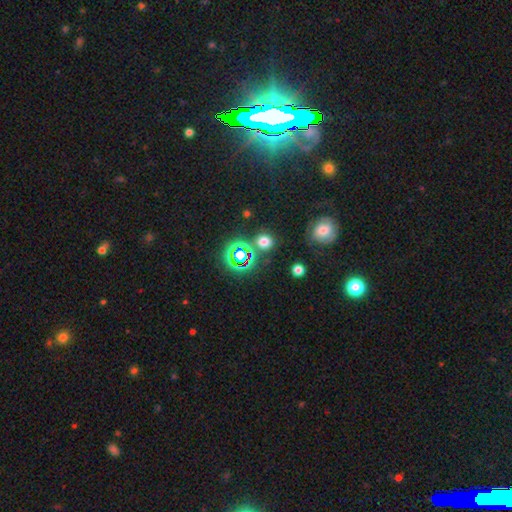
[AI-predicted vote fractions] Overall: star or artifact (77%).